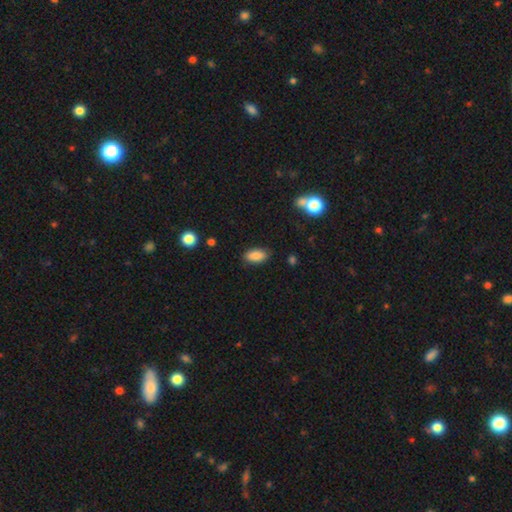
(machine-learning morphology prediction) Overall: smooth (87%). How rounded: in between (90%). Merging: none (84%).